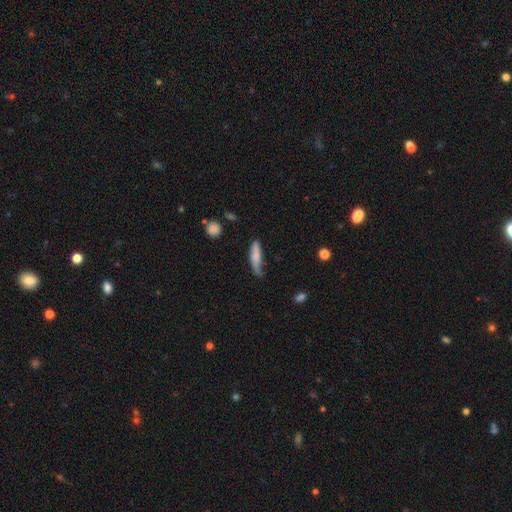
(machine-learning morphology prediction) Q: Smooth or featured?
A: smooth (67%); runner-up: featured or disk (27%)
Q: How rounded?
A: cigar-shaped (70%); runner-up: in between (28%)
Q: Merging?
A: none (47%); runner-up: minor disturbance (38%)